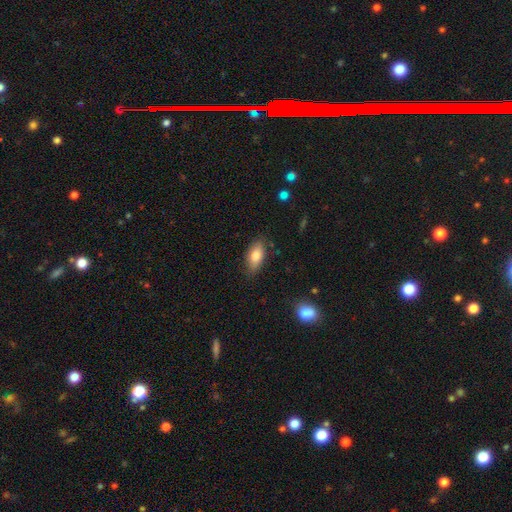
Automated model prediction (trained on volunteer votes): This is likely a smooth galaxy (78%). How rounded: clearly in between (88%). Merging: clearly none (81%).